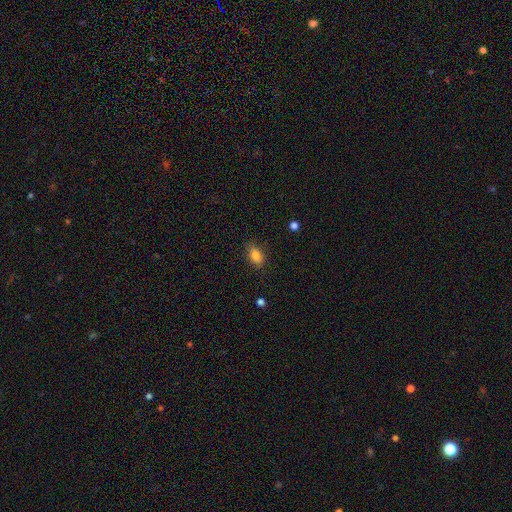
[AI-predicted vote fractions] Morphology: type=smooth (84%); roundness=in between (86%); merging=none (82%).